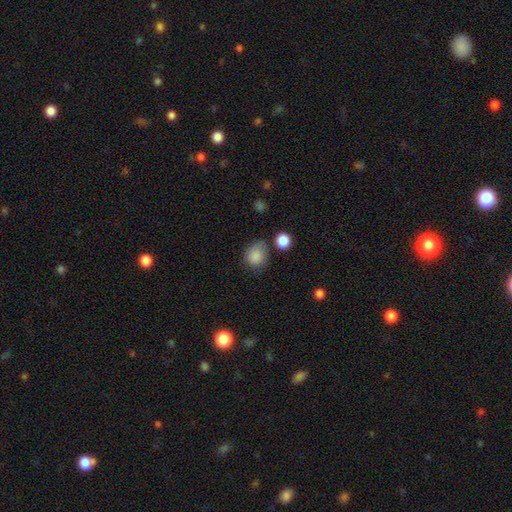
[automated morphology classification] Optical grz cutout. It shows a smooth galaxy with no disk features (86%) that is round (68%). Merging: none (61%).